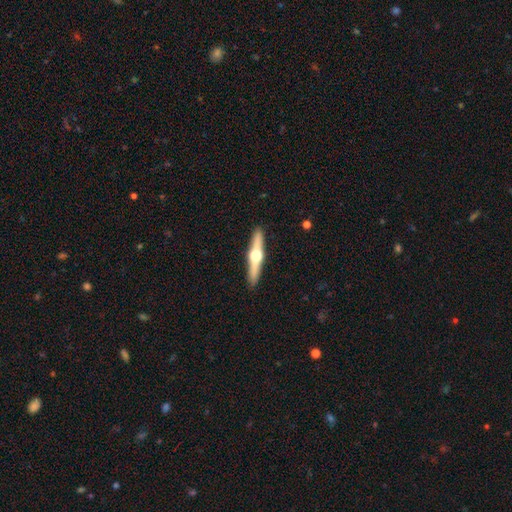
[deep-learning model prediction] Smooth or featured: featured or disk — 72% (smooth — 23%)
Edge-on disk: yes — 97% (no — 3%)
Edge-on bulge: rounded — 96% (boxy — 2%)
Merging: none — 91% (minor disturbance — 6%)